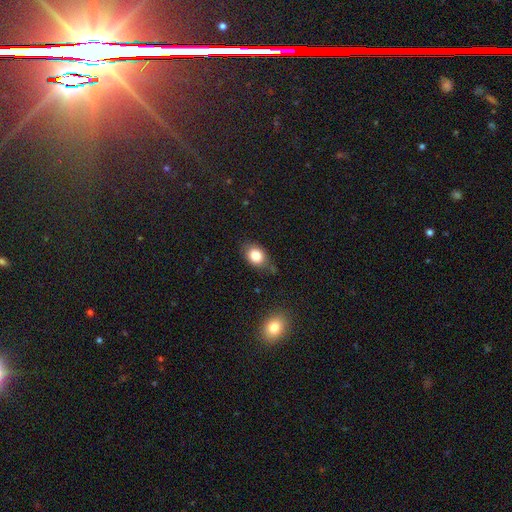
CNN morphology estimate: Overall: smooth (82%). How rounded: in between (67%; round 32%). Merging: none (72%).